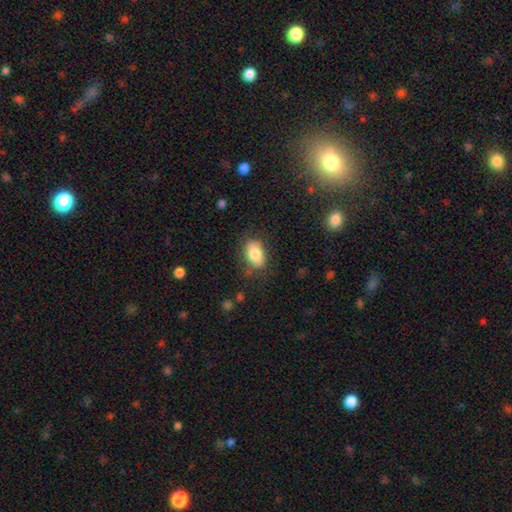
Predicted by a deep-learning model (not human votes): The model was most divided on "merging": none: 73%, minor disturbance: 19%, major disturbance: 6%, merger: 2%. More confident: how rounded — in between (88%); smooth or featured — smooth (81%).